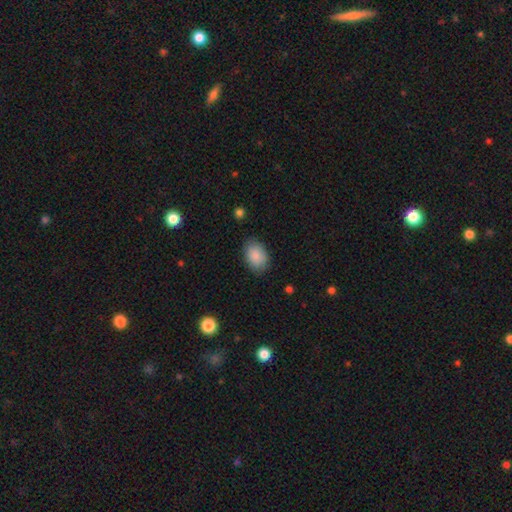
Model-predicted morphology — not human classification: Smooth or featured? Predicted: smooth (p=0.88). How rounded? Predicted: in between (p=0.84). Merging? Predicted: none (p=0.83).